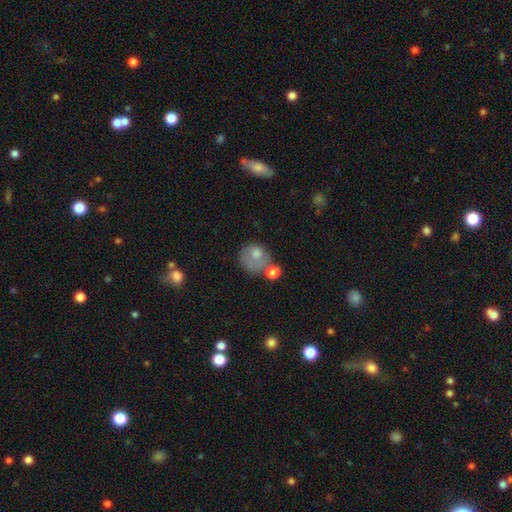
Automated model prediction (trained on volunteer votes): Smooth or featured? smooth (70%)
How rounded? round (72%)
Merging? none (32%)